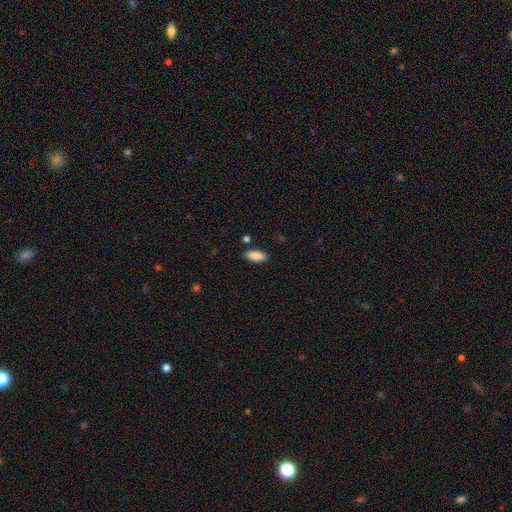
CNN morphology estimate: This appears to be a smooth galaxy with no disk features (89%) that is in between round and cigar-shaped (87%). Merging: none (86%).